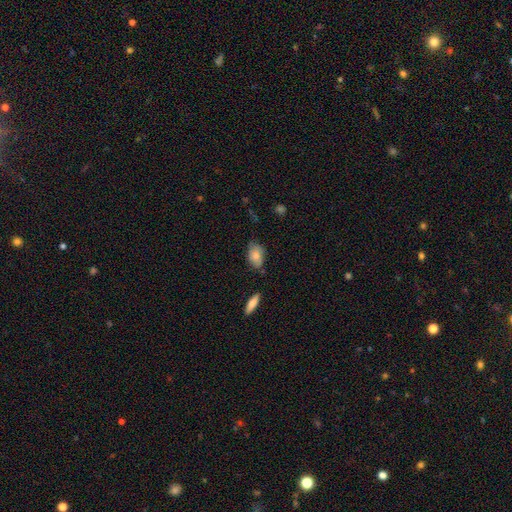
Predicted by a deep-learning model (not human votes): Smooth or featured? smooth (75%)
How rounded? in between (87%)
Merging? none (65%)